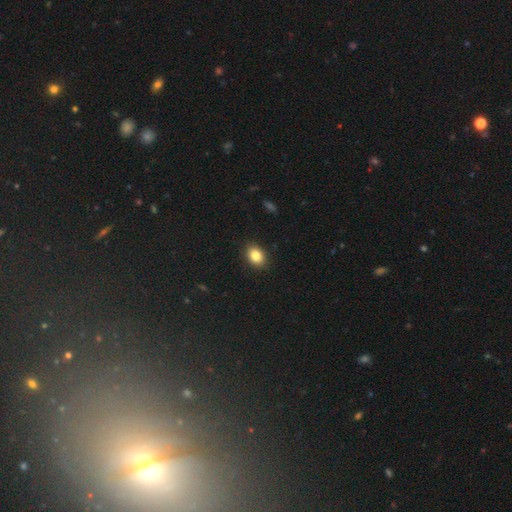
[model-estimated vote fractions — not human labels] Smooth or featured: smooth — 84% (star or artifact — 9%)
How rounded: in between — 71% (round — 27%)
Merging: none — 89% (minor disturbance — 8%)